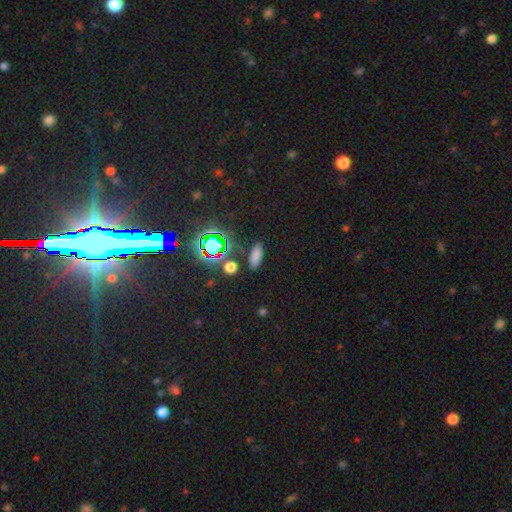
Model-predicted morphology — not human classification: smooth_or_featured: smooth (p=0.69) [alt: star or artifact p=0.24]
how_rounded: in between (p=0.70) [alt: cigar-shaped p=0.24]
merging: none (p=0.85) [alt: minor disturbance p=0.08]